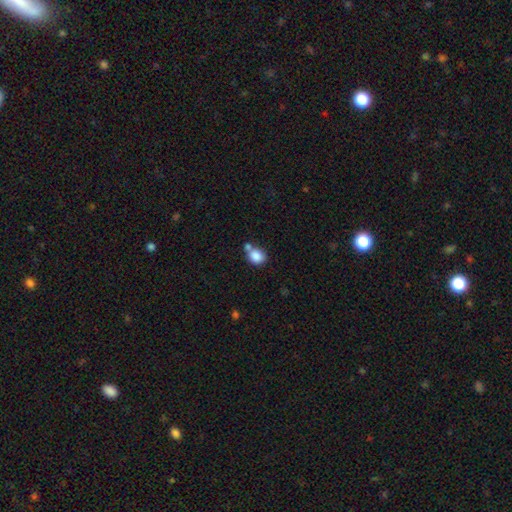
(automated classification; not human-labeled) smooth-or-featured: smooth: 85% | star or artifact: 9% | featured or disk: 6%
  how-rounded: round: 67% | in between: 32% | cigar-shaped: 1%
  merging: none: 48% | merger: 35% | minor disturbance: 12% | major disturbance: 5%